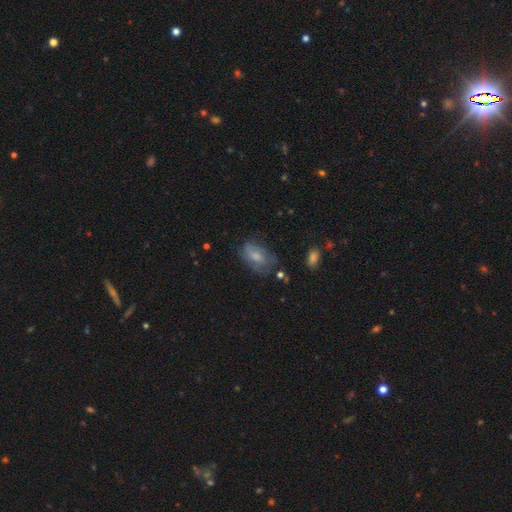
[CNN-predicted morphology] Overall: smooth (58%; featured or disk 33%). How rounded: in between (88%). Merging: none (54%; minor disturbance 29%).